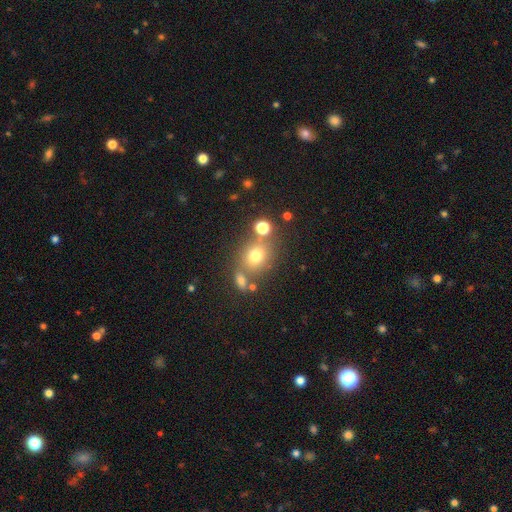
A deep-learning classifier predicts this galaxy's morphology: This is likely a smooth galaxy (72%). How rounded: likely round (71%). Merging: likely none (62%).